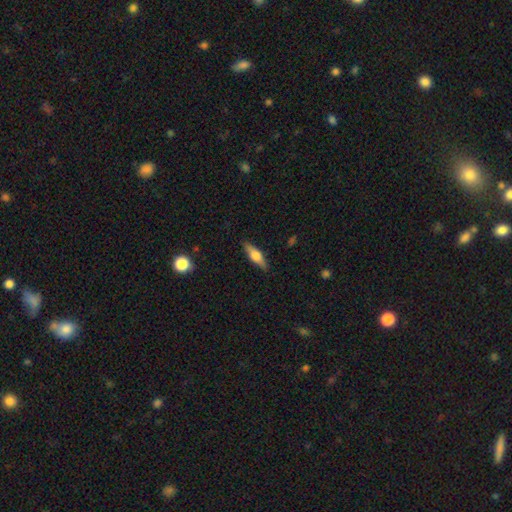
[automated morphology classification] The model was most divided on "smooth or featured": featured or disk: 52%, smooth: 41%, star or artifact: 6%. More confident: edge-on disk — yes (94%); merging — none (88%).